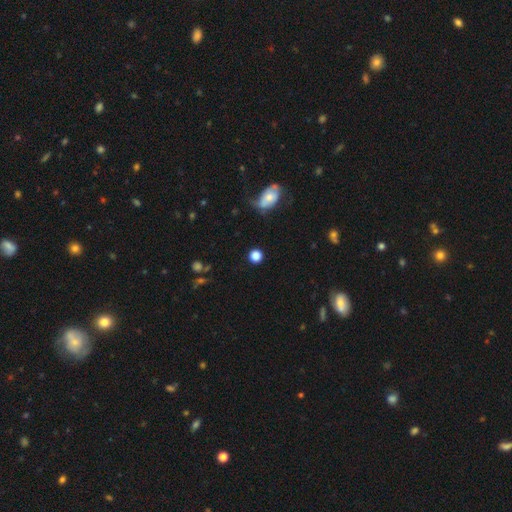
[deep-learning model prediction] This appears to be a smooth galaxy with no disk features (83%) that is round (89%). Merging: none (86%).